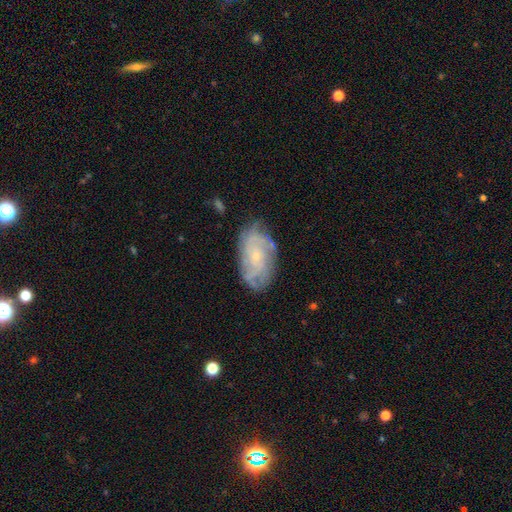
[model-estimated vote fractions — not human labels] smooth-or-featured: featured or disk: 70% | smooth: 22% | star or artifact: 7%
  disk-edge-on: no: 95% | yes: 5%
    bar: no: 78% | weak: 19% | strong: 3%
    has-spiral-arms: yes: 85% | no: 15%
      spiral-winding: tight: 57% | medium: 31% | loose: 12%
      spiral-arm-count: can't tell: 49% | 2: 14% | 4: 13% | 3: 13% | more than 4: 6% | 1: 5%
    bulge-size: small: 78% | moderate: 17% | none: 3% | large: 1% | dominant: 1%
  merging: none: 75% | minor disturbance: 18% | major disturbance: 5% | merger: 2%